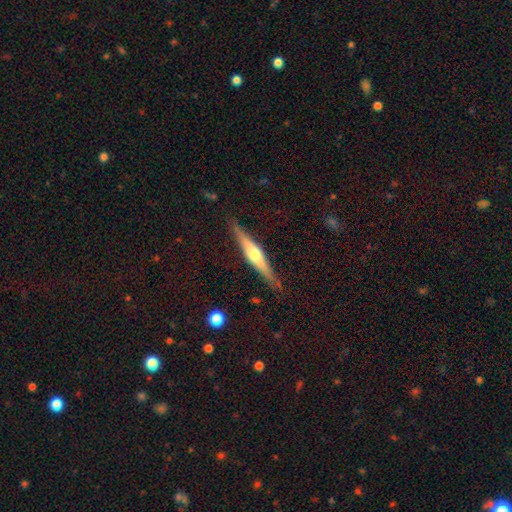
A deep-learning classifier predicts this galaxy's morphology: Smooth or featured? Predicted: featured or disk (p=0.66). Edge-on disk? Predicted: yes (p=0.97). Edge-on bulge? Predicted: rounded (p=0.86). Merging? Predicted: none (p=0.86).